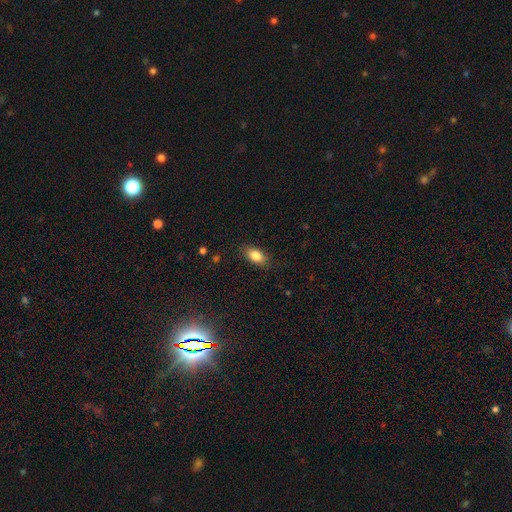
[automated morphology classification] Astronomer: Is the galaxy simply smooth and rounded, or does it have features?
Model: smooth — 84%.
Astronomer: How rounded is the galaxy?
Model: in between — 88%.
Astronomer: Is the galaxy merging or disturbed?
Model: none — 85%.